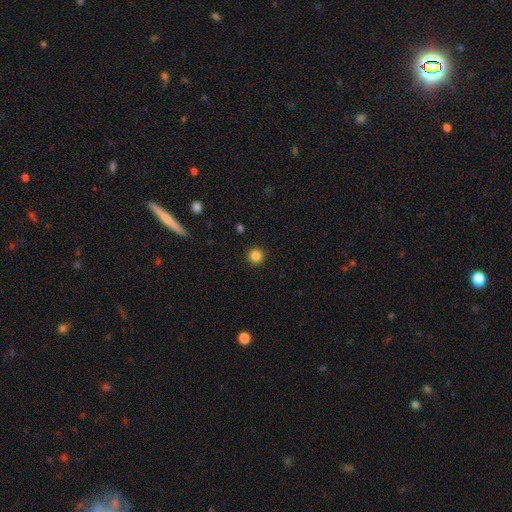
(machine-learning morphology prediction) Smooth or featured: smooth — 85% (star or artifact — 11%)
How rounded: round — 95% (in between — 4%)
Merging: none — 93% (minor disturbance — 5%)